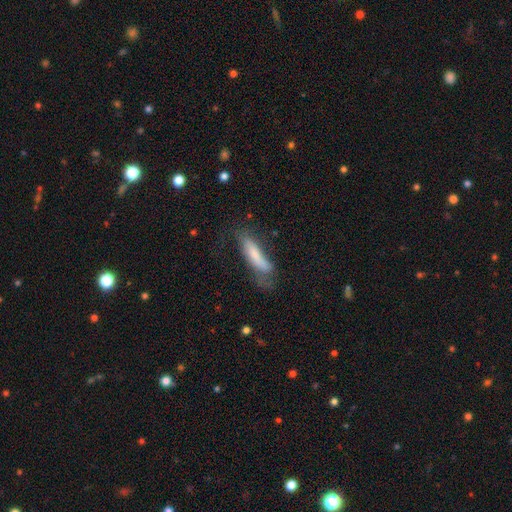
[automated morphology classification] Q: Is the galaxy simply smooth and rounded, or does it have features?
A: smooth — 63%.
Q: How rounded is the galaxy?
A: cigar-shaped — 74%.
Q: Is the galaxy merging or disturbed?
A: none — 45%.